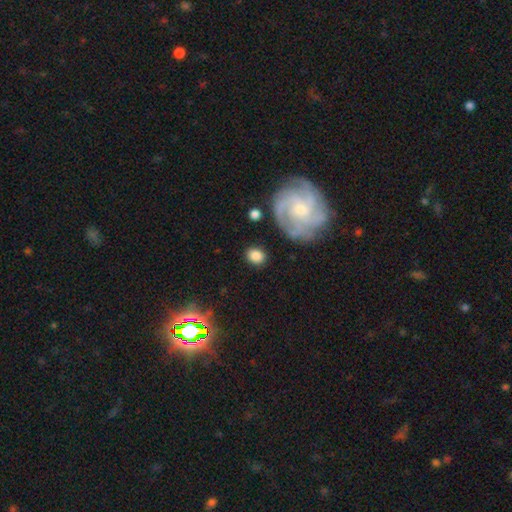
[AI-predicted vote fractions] Smooth or featured? Predicted: smooth (p=0.77). How rounded? Predicted: round (p=0.54). Merging? Predicted: none (p=0.83).